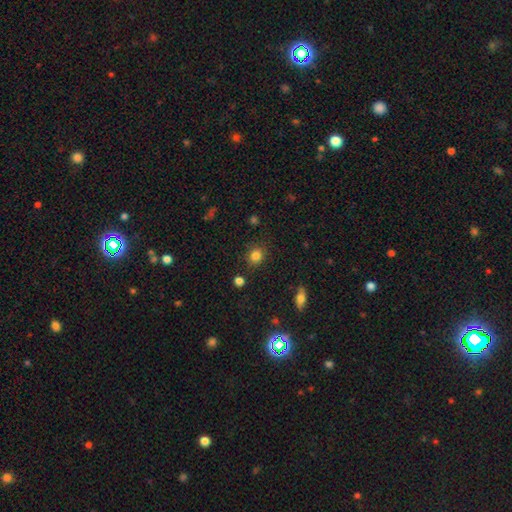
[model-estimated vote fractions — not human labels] Smooth or featured?
  - smooth: 83% *
  - star or artifact: 12%
  - featured or disk: 5%
How rounded?
  - round: 80% *
  - in between: 19%
  - cigar-shaped: 1%
Merging?
  - none: 84% *
  - minor disturbance: 10%
  - major disturbance: 3%
  - merger: 3%